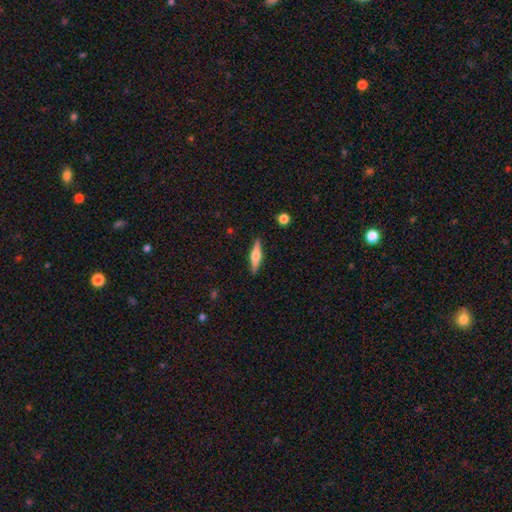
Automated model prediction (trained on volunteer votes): smooth_or_featured: featured or disk (p=0.49) [alt: smooth p=0.45]
merging: none (p=0.89) [alt: minor disturbance p=0.08]